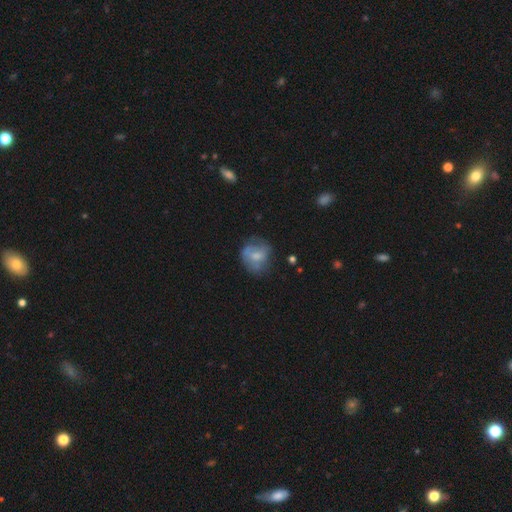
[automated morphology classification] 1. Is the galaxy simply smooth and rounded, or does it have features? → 52% smooth, 39% featured or disk, 8% star or artifact.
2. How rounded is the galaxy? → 67% round, 32% in between, 1% cigar-shaped.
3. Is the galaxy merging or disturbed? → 53% none, 27% minor disturbance, 17% major disturbance, 2% merger.